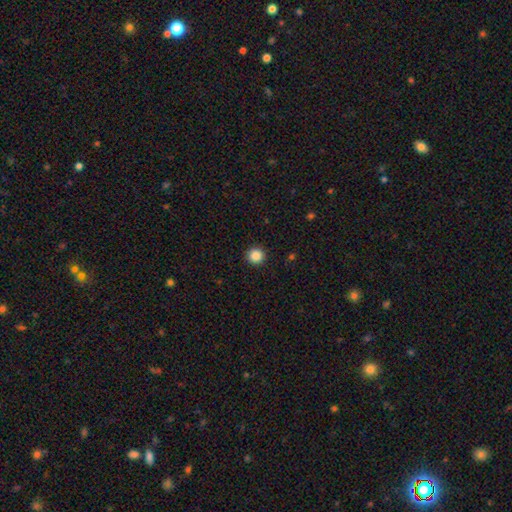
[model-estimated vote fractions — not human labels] Q: Smooth or featured?
A: smooth (87%); runner-up: star or artifact (10%)
Q: How rounded?
A: round (95%); runner-up: in between (4%)
Q: Merging?
A: none (93%); runner-up: minor disturbance (4%)